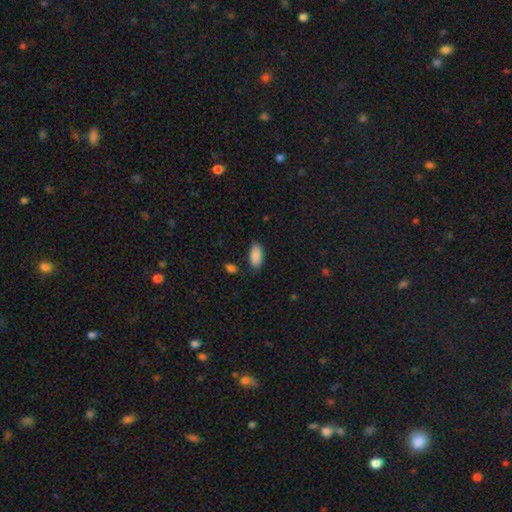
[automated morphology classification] smooth-or-featured: smooth: 90% | star or artifact: 7% | featured or disk: 4%
  how-rounded: in between: 92% | cigar-shaped: 6% | round: 2%
  merging: none: 84% | minor disturbance: 11% | major disturbance: 3% | merger: 2%